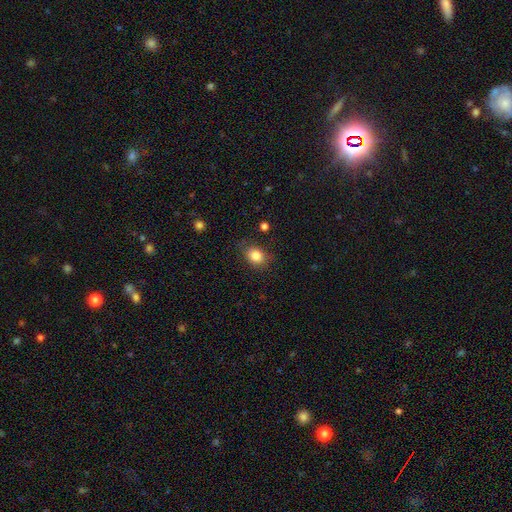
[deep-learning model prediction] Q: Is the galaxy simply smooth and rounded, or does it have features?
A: smooth — 84%.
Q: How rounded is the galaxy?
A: in between — 55%.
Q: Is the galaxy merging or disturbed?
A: none — 76%.